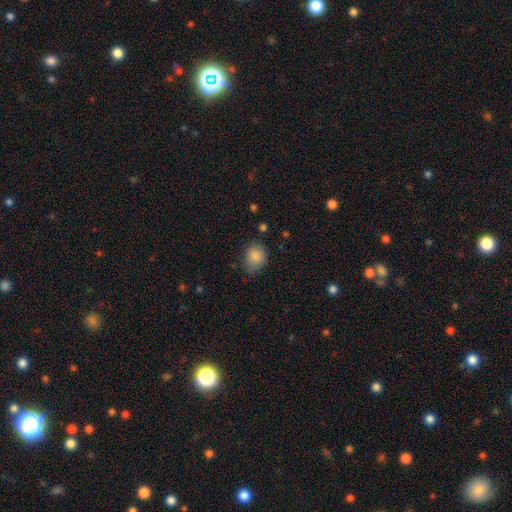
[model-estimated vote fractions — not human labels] Overall: smooth (86%). How rounded: in between (51%; round 48%). Merging: none (71%).